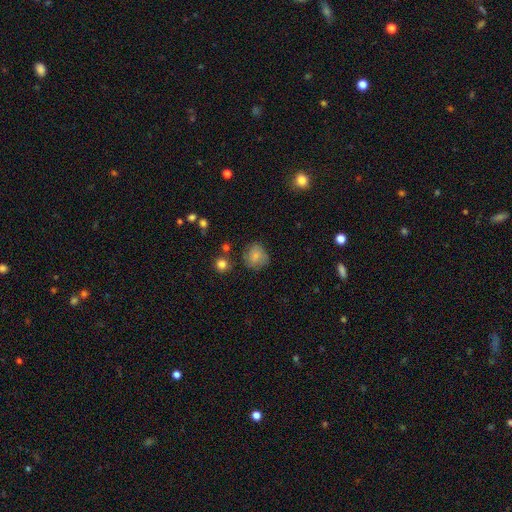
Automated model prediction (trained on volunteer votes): smooth 72%, featured or disk 18%, star or artifact 9%. Down the decision tree: how rounded — round (82%); merging — none (71%).